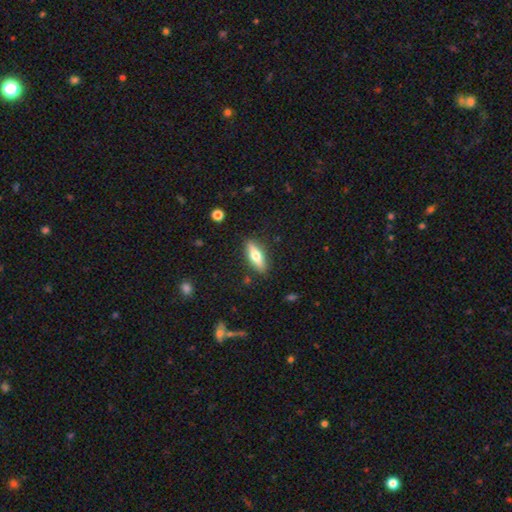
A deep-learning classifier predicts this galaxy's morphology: Overall: smooth (57%; featured or disk 37%). How rounded: in between (50%; cigar-shaped 47%). Merging: none (88%).